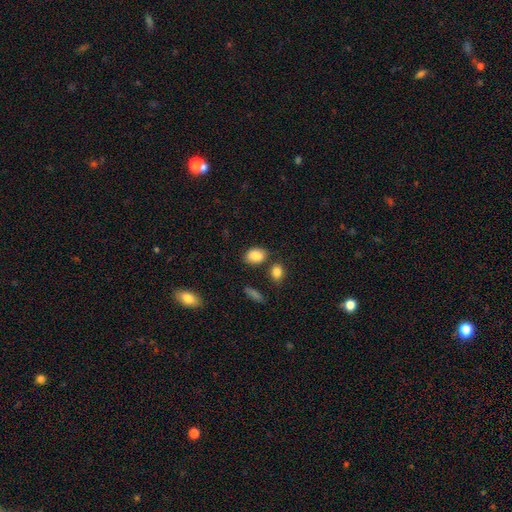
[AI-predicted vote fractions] Smooth or featured: smooth — 86% (star or artifact — 8%)
How rounded: in between — 80% (round — 18%)
Merging: none — 76% (minor disturbance — 13%)